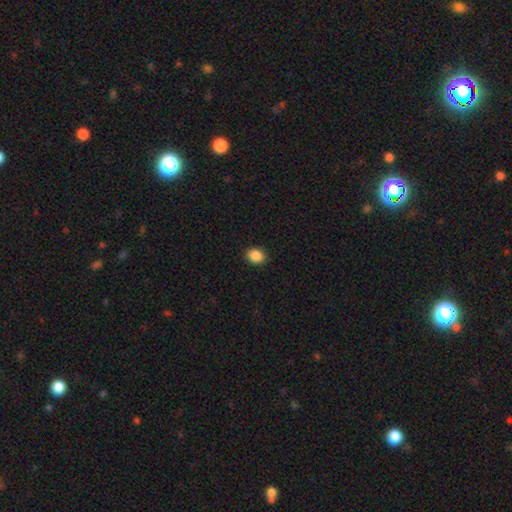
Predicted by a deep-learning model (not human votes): A smooth galaxy with no disk features (88%) that is round (53%).

Vote fractions:
- Smooth or featured? smooth: 88% / star or artifact: 9% / featured or disk: 3%
- How rounded? round: 53% / in between: 46% / cigar-shaped: 1%
- Merging? none: 90% / minor disturbance: 7% / major disturbance: 2% / merger: 1%